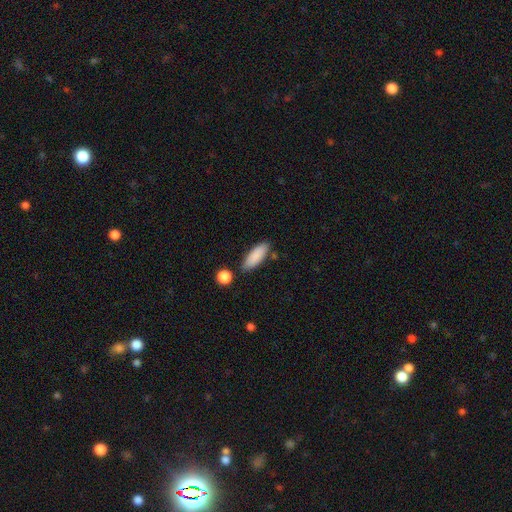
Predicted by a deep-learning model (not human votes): This appears to be a smooth galaxy with no disk features (88%) that is in between round and cigar-shaped (69%). Merging: none (78%).